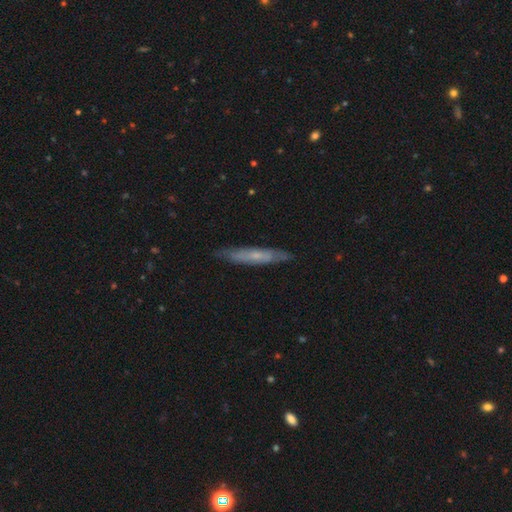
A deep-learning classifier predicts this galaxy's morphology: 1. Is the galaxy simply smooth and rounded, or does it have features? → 52% featured or disk, 42% smooth, 6% star or artifact.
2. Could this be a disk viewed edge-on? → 72% yes, 28% no.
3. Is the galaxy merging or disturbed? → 84% none, 13% minor disturbance, 2% major disturbance, 1% merger.